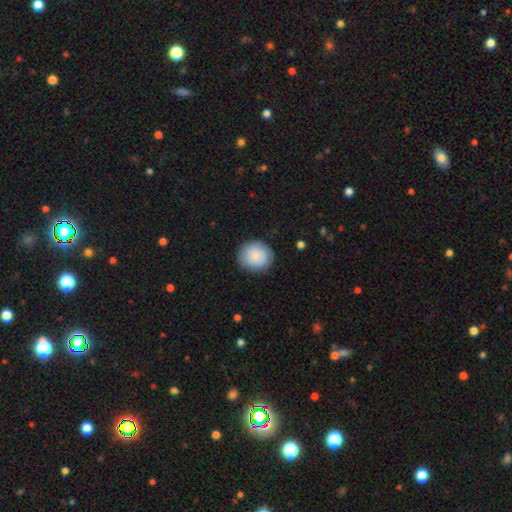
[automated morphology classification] Smooth or featured: smooth — 86% (featured or disk — 8%)
How rounded: round — 86% (in between — 13%)
Merging: none — 86% (minor disturbance — 10%)